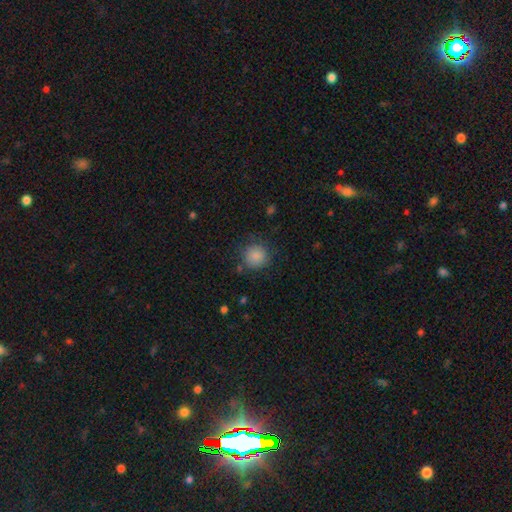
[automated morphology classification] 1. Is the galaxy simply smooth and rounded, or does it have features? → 86% smooth, 9% star or artifact, 5% featured or disk.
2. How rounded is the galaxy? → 89% round, 10% in between, 1% cigar-shaped.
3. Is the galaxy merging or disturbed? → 80% none, 13% minor disturbance, 4% major disturbance, 2% merger.